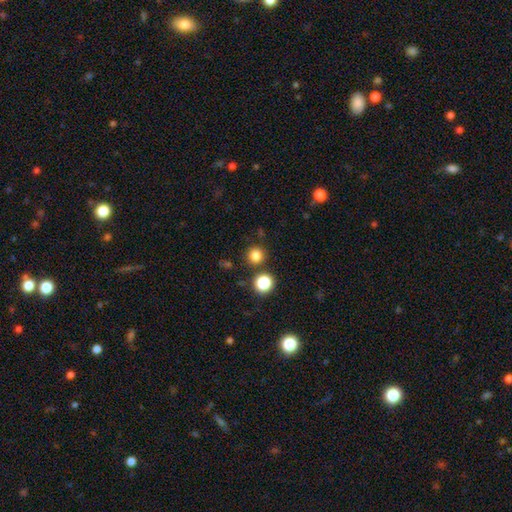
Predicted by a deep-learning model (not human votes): The model was most divided on "smooth or featured": smooth: 80%, star or artifact: 16%, featured or disk: 4%. More confident: how rounded — round (94%); merging — none (86%).